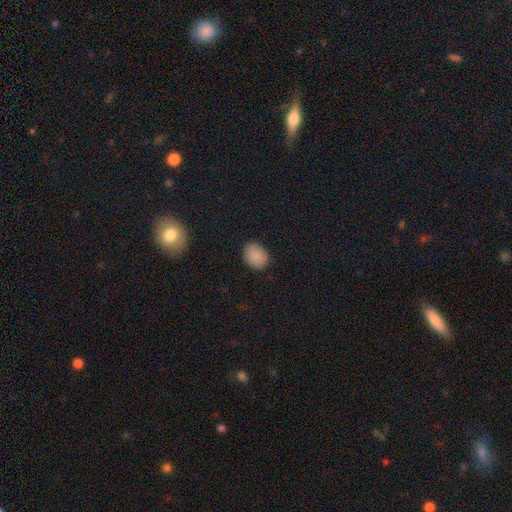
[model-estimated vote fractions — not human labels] smooth_or_featured: smooth (p=0.87) [alt: star or artifact p=0.09]
how_rounded: in between (p=0.56) [alt: round p=0.43]
merging: none (p=0.86) [alt: minor disturbance p=0.11]